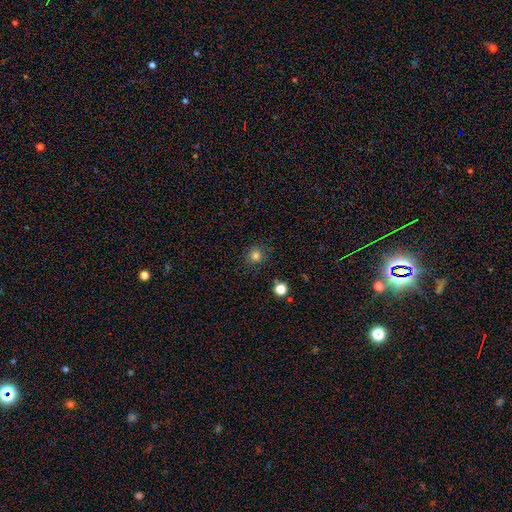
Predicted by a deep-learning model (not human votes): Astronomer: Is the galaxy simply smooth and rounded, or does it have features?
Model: smooth — 80%.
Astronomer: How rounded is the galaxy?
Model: round — 86%.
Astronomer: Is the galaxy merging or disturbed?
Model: none — 86%.